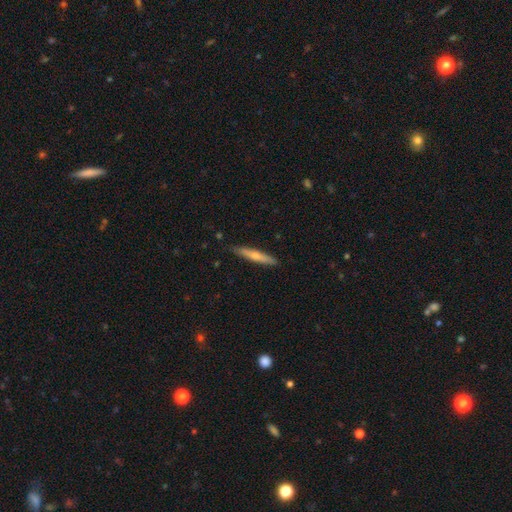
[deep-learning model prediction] Overall: smooth (60%; featured or disk 34%). How rounded: cigar-shaped (93%). Merging: none (86%).